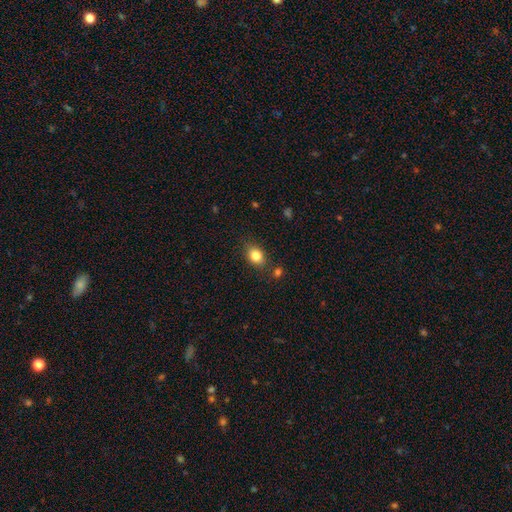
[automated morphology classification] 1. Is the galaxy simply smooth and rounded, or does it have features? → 83% smooth, 10% star or artifact, 7% featured or disk.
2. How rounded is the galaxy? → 66% in between, 32% round, 1% cigar-shaped.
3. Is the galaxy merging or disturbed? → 80% none, 12% minor disturbance, 5% merger, 3% major disturbance.